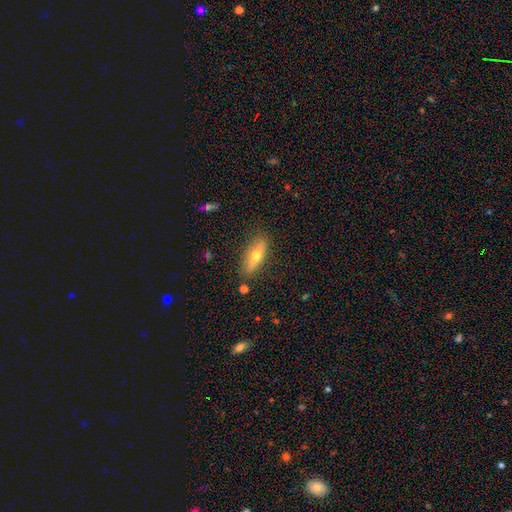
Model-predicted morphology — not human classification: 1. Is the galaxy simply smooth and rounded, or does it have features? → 55% smooth, 38% featured or disk, 7% star or artifact.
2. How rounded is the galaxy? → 53% in between, 44% cigar-shaped, 3% round.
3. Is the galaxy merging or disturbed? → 84% none, 11% minor disturbance, 3% major disturbance, 2% merger.